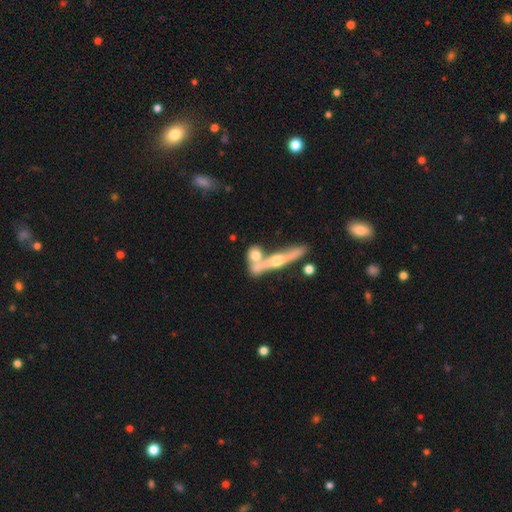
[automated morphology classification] featured or disk 49%, smooth 44%, star or artifact 7%. Down the decision tree: merging — none (46%).